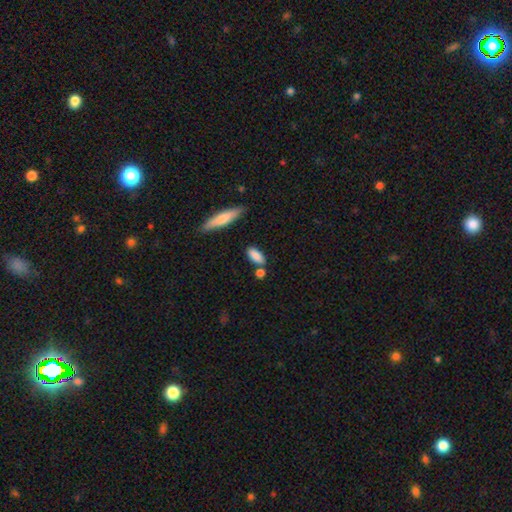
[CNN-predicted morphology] This appears to be a smooth galaxy with no disk features (85%) that is in between round and cigar-shaped (73%). Merging: none (71%).